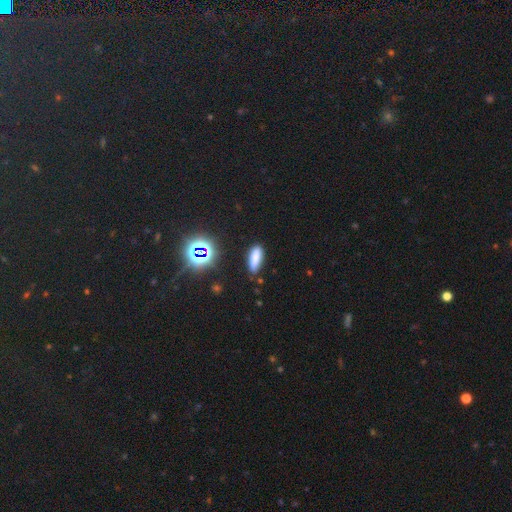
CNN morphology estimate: Smooth or featured?
  - smooth: 77% *
  - star or artifact: 16%
  - featured or disk: 7%
How rounded?
  - in between: 54% *
  - cigar-shaped: 42%
  - round: 4%
Merging?
  - none: 80% *
  - minor disturbance: 14%
  - major disturbance: 3%
  - merger: 2%